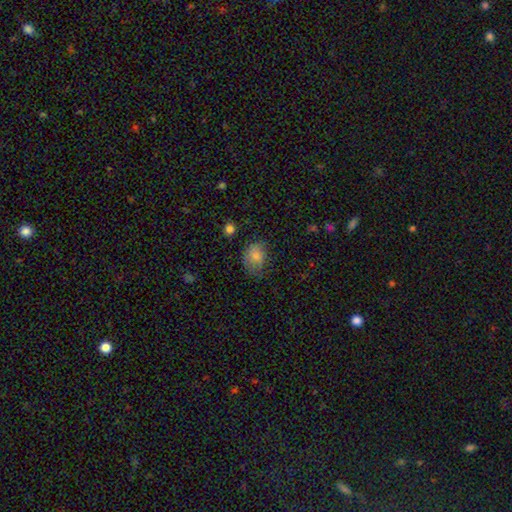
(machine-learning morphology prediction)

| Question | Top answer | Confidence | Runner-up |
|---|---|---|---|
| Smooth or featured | smooth | 78% | featured or disk (12%) |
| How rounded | in between | 60% | round (39%) |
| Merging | none | 60% | minor disturbance (30%) |